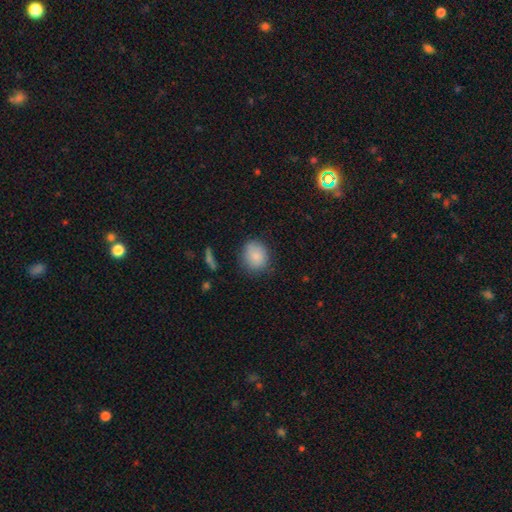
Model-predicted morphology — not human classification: smooth 84%, star or artifact 8%, featured or disk 8%. Down the decision tree: how rounded — round (67%); merging — none (73%).